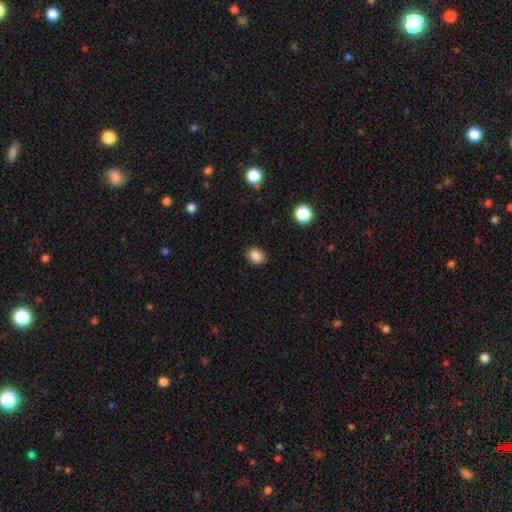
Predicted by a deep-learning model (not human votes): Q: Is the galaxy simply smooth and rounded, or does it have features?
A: smooth — 86%.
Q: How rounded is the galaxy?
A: in between — 51%.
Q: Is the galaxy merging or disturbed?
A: none — 88%.